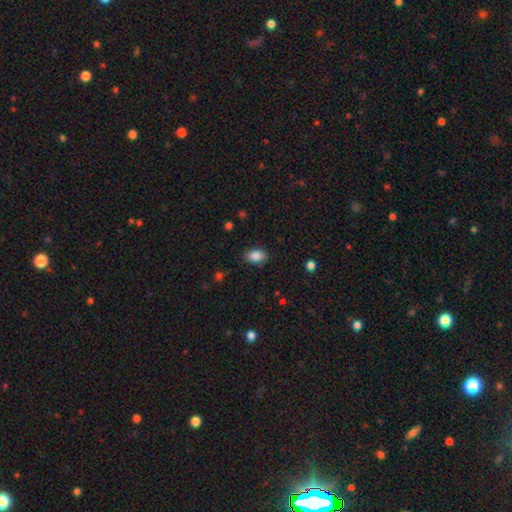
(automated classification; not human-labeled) smooth_or_featured: smooth (p=0.87) [alt: star or artifact p=0.08]
how_rounded: in between (p=0.88) [alt: round p=0.10]
merging: none (p=0.83) [alt: minor disturbance p=0.13]